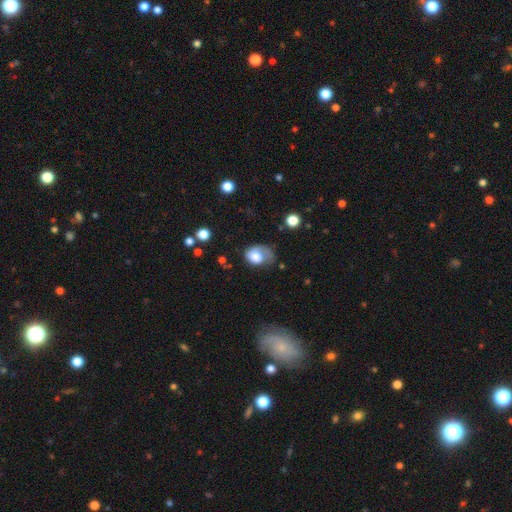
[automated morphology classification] Q: Smooth or featured?
A: smooth (67%); runner-up: featured or disk (25%)
Q: How rounded?
A: in between (65%); runner-up: round (34%)
Q: Merging?
A: none (35%); runner-up: minor disturbance (32%)